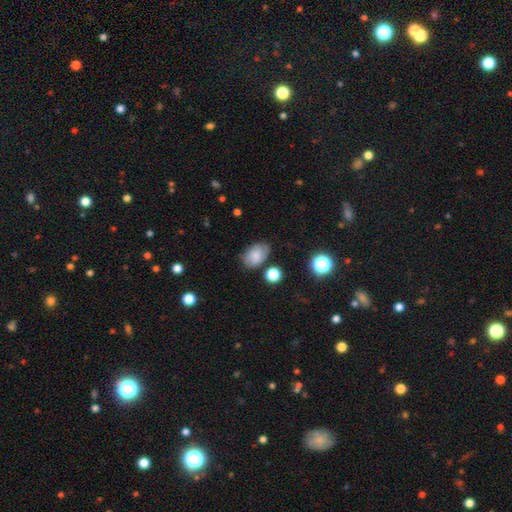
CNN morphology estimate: Q: Smooth or featured?
A: smooth (78%); runner-up: featured or disk (13%)
Q: How rounded?
A: in between (87%); runner-up: round (12%)
Q: Merging?
A: none (69%); runner-up: minor disturbance (21%)